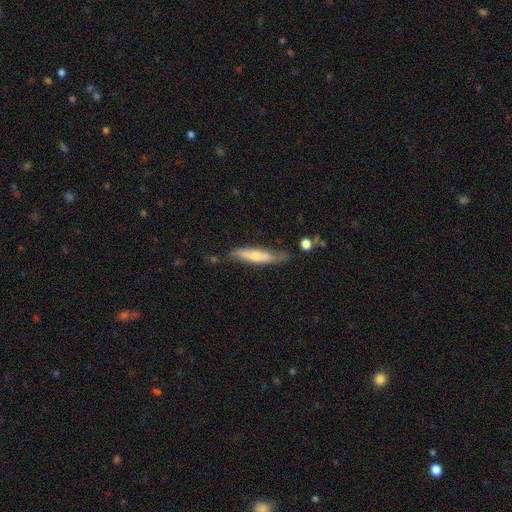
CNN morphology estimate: A smooth galaxy with no disk features (53%) that is cigar-shaped (81%). Merging: none (61%).